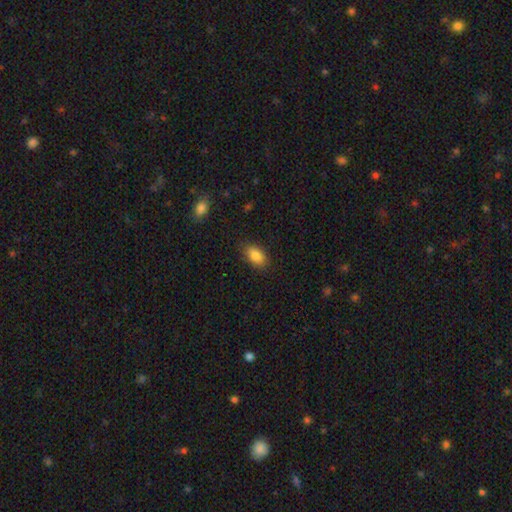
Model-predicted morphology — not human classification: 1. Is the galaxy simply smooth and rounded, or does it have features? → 87% smooth, 8% star or artifact, 6% featured or disk.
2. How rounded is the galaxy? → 91% in between, 6% round, 3% cigar-shaped.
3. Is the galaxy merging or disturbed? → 86% none, 11% minor disturbance, 3% major disturbance, 1% merger.